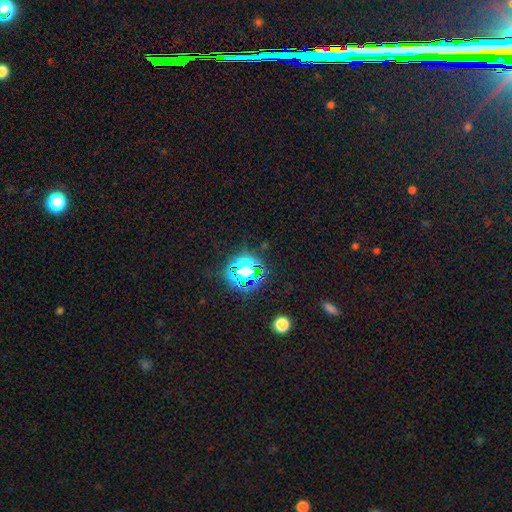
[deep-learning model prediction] A star or artifact, not a galaxy (70%).

Vote fractions:
- Smooth or featured? star or artifact: 70% / smooth: 22% / featured or disk: 8%